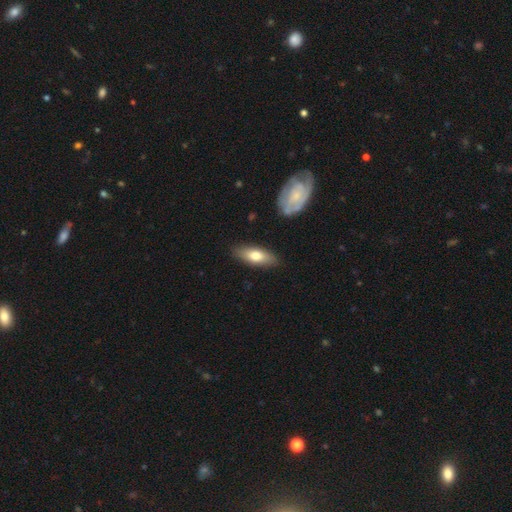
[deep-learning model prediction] This appears to be a smooth galaxy with no disk features (68%) that is in between round and cigar-shaped (65%). Merging: none (85%).